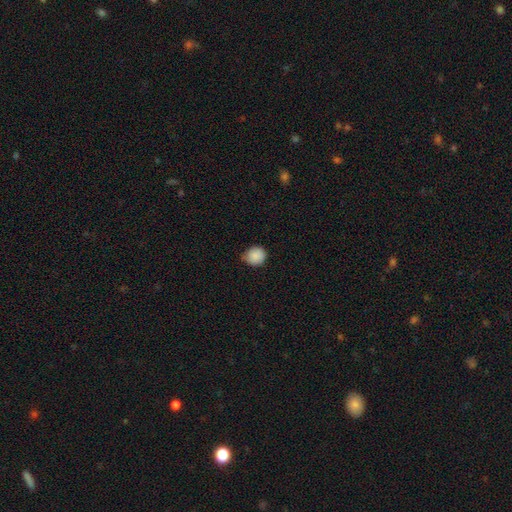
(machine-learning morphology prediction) Smooth or featured? Predicted: smooth (p=0.88). How rounded? Predicted: round (p=0.82). Merging? Predicted: none (p=0.71).